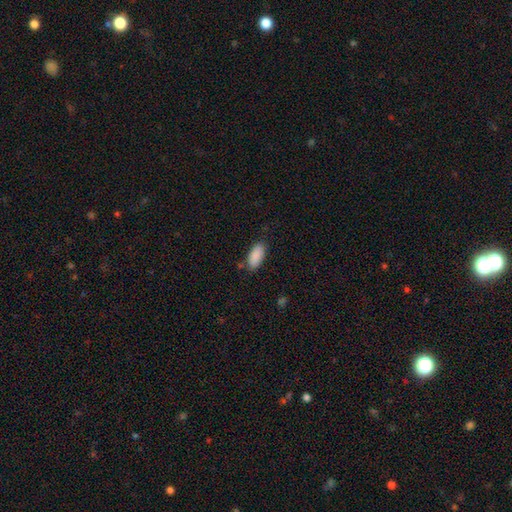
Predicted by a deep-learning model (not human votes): Smooth or featured? Predicted: smooth (p=0.89). How rounded? Predicted: in between (p=0.87). Merging? Predicted: none (p=0.81).